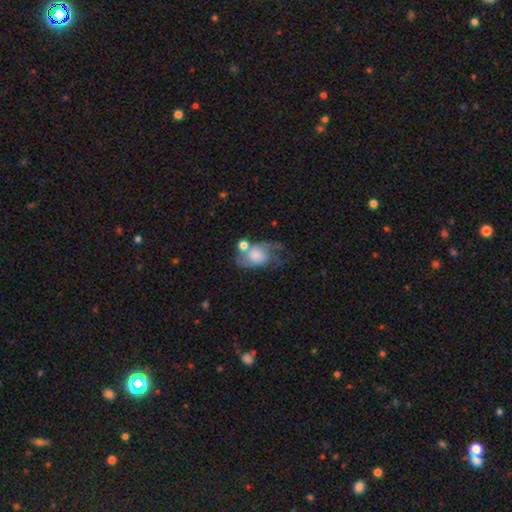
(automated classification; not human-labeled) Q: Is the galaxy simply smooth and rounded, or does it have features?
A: smooth — 52%.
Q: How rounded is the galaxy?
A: in between — 74%.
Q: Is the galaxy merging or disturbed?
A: major disturbance — 34%.